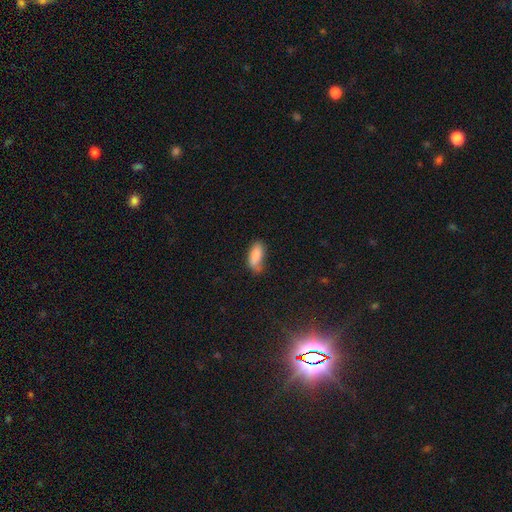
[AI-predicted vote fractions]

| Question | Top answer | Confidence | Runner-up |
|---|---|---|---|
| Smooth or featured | smooth | 84% | featured or disk (8%) |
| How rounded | in between | 84% | cigar-shaped (14%) |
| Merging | none | 53% | minor disturbance (33%) |